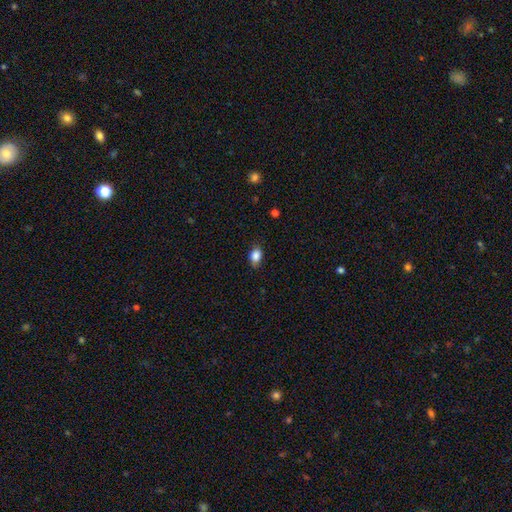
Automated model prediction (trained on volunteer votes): smooth 85%, star or artifact 9%, featured or disk 6%. Down the decision tree: how rounded — in between (75%); merging — none (77%).